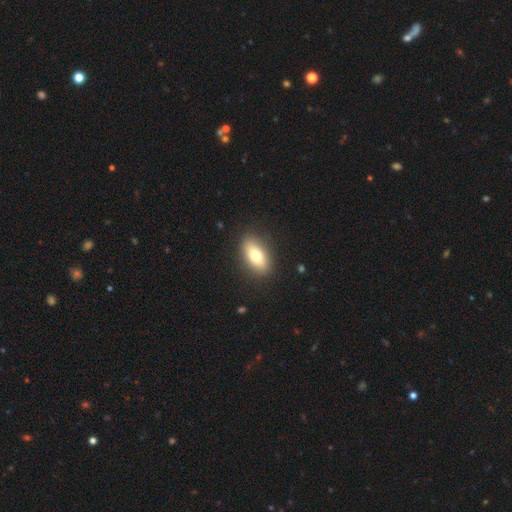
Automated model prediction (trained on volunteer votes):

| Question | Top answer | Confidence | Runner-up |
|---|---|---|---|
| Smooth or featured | smooth | 74% | featured or disk (19%) |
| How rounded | in between | 85% | cigar-shaped (10%) |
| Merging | none | 87% | minor disturbance (9%) |